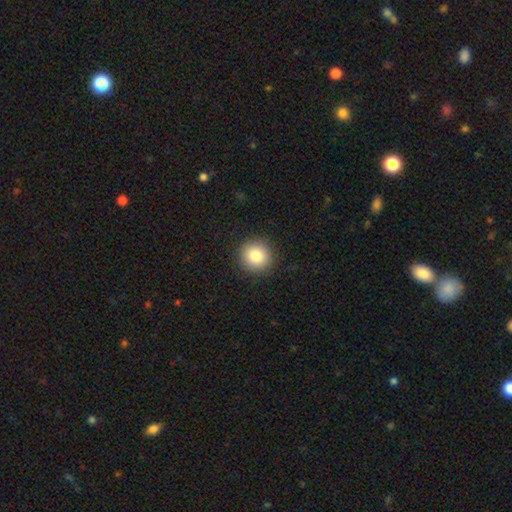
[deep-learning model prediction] Morphology: type=smooth (83%); roundness=round (93%); merging=none (92%).